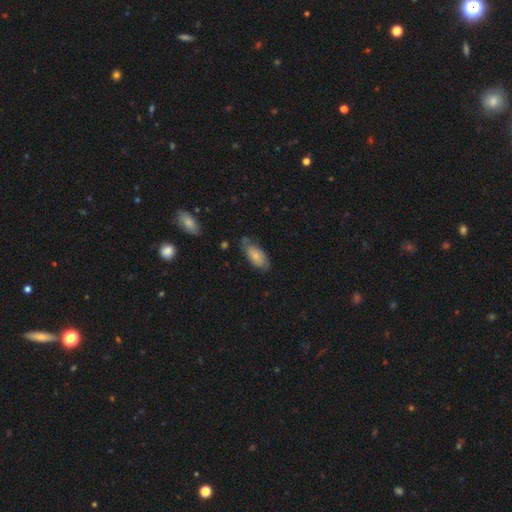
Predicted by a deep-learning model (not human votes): A smooth galaxy with no disk features (66%) that is in between round and cigar-shaped (88%). Merging: none (63%).